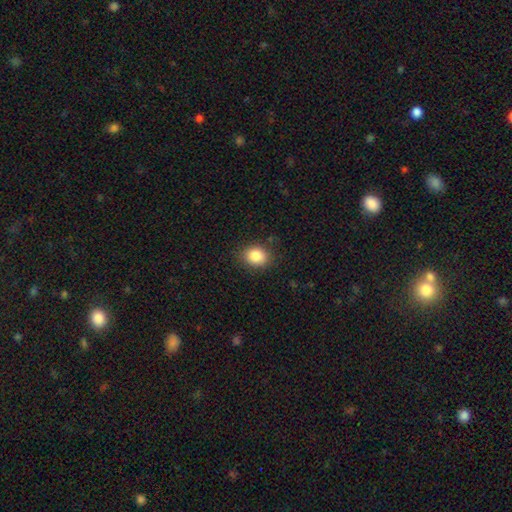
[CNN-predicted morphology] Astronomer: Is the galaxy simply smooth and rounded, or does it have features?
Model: smooth — 85%.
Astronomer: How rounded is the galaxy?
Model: round — 60% (runner-up: in between, 39%).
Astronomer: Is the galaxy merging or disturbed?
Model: none — 85%.